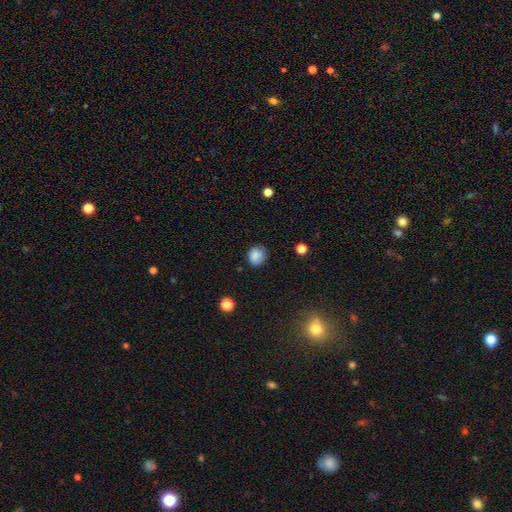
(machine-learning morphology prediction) Overall: smooth (85%). How rounded: round (80%). Merging: none (79%).